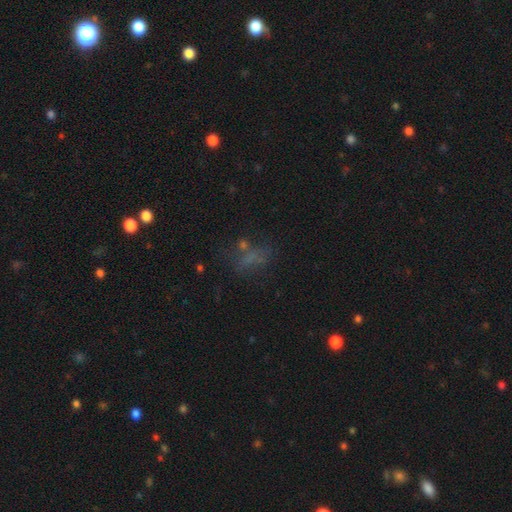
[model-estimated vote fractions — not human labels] Smooth or featured? Predicted: star or artifact (p=0.41).